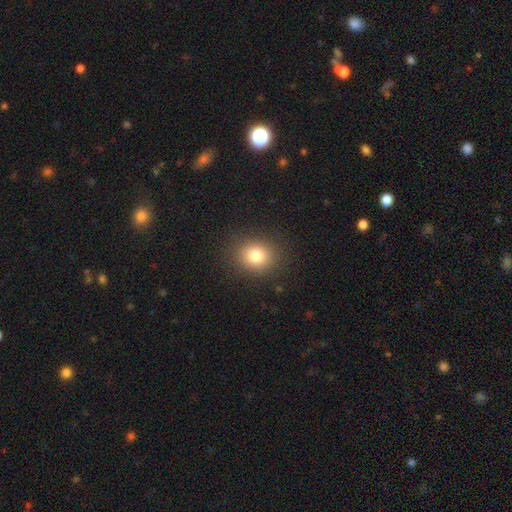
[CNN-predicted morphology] A smooth galaxy with no disk features (80%) that is round (73%).

Vote fractions:
- Smooth or featured? smooth: 80% / star or artifact: 12% / featured or disk: 8%
- How rounded? round: 73% / in between: 26% / cigar-shaped: 1%
- Merging? none: 88% / minor disturbance: 7% / major disturbance: 3% / merger: 1%